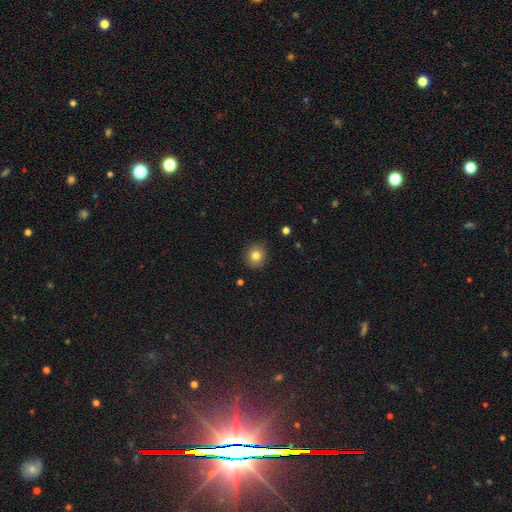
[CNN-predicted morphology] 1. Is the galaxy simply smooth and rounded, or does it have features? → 81% smooth, 11% star or artifact, 9% featured or disk.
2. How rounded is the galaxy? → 87% round, 12% in between, 1% cigar-shaped.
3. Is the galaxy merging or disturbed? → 89% none, 8% minor disturbance, 2% major disturbance, 1% merger.